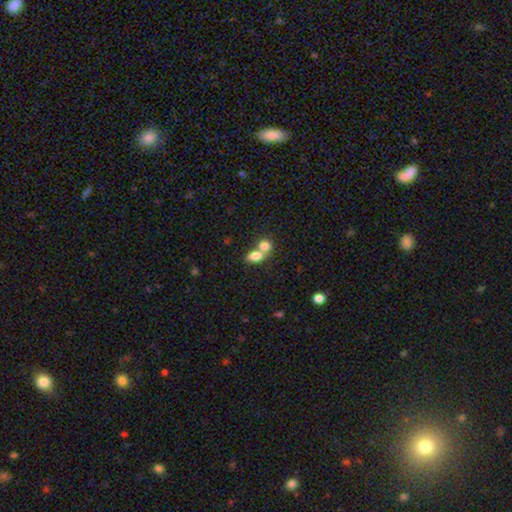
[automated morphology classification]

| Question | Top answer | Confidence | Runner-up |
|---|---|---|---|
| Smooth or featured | smooth | 80% | featured or disk (11%) |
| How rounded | in between | 76% | round (21%) |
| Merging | merger | 59% | none (31%) |